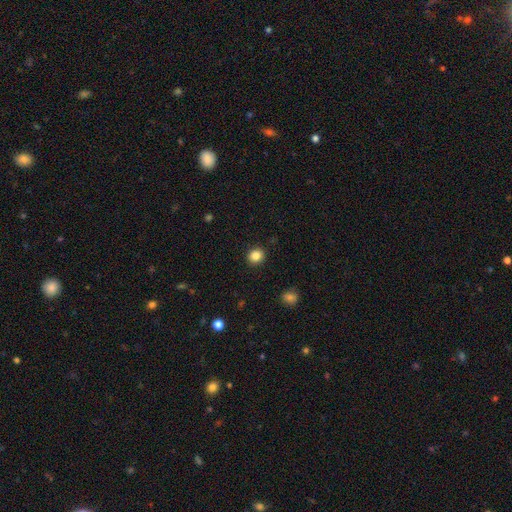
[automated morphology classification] smooth-or-featured: smooth: 85% | star or artifact: 11% | featured or disk: 4%
  how-rounded: round: 82% | in between: 18% | cigar-shaped: 1%
  merging: none: 91% | minor disturbance: 6% | major disturbance: 2% | merger: 1%